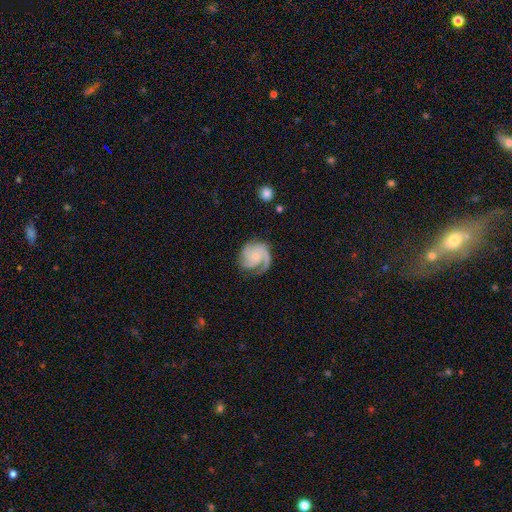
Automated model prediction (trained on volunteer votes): Smooth or featured: featured or disk — 85% (smooth — 10%)
Edge-on disk: no — 98% (yes — 2%)
Bar: no — 74% (weak — 22%)
Spiral arms: yes — 97% (no — 3%)
Spiral winding: tight — 46% (medium — 43%)
Spiral arm count: 3 — 49% (2 — 25%)
Bulge size: small — 68% (moderate — 24%)
Merging: none — 68% (minor disturbance — 20%)